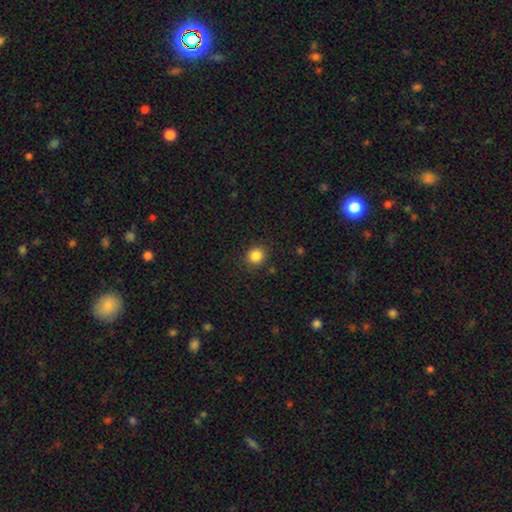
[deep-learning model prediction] Overall: smooth (85%). How rounded: round (88%). Merging: none (89%).